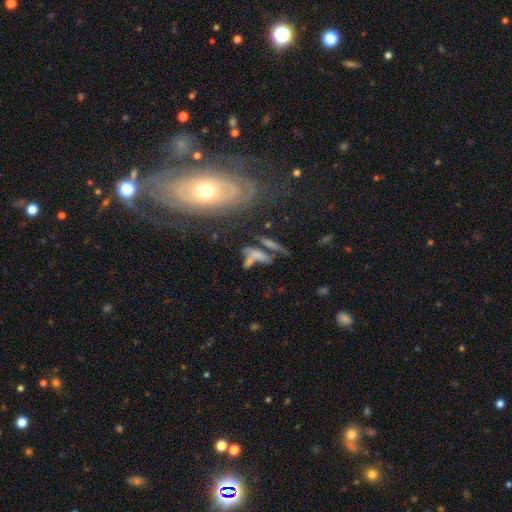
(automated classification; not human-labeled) Q: Smooth or featured?
A: smooth (51%); runner-up: featured or disk (32%)
Q: How rounded?
A: cigar-shaped (56%); runner-up: in between (38%)
Q: Merging?
A: merger (41%); runner-up: none (33%)